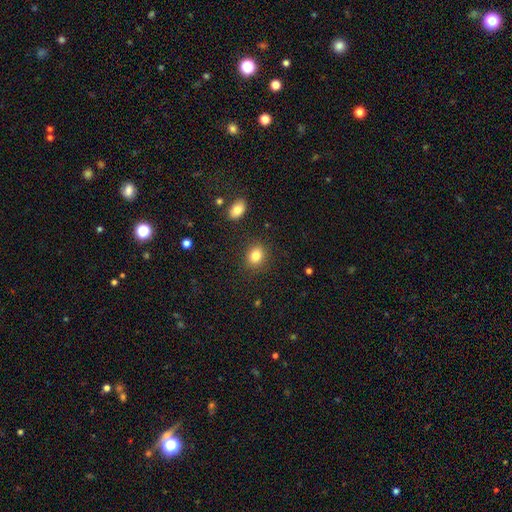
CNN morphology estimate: smooth_or_featured: smooth (p=0.83) [alt: star or artifact p=0.10]
how_rounded: round (p=0.50) [alt: in between p=0.49]
merging: none (p=0.87) [alt: minor disturbance p=0.08]